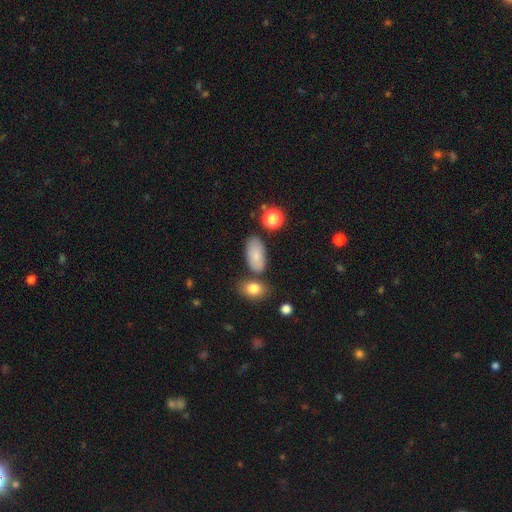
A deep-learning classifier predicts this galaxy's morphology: Q: Smooth or featured?
A: smooth (80%); runner-up: featured or disk (12%)
Q: How rounded?
A: in between (93%); runner-up: round (4%)
Q: Merging?
A: none (71%); runner-up: minor disturbance (17%)